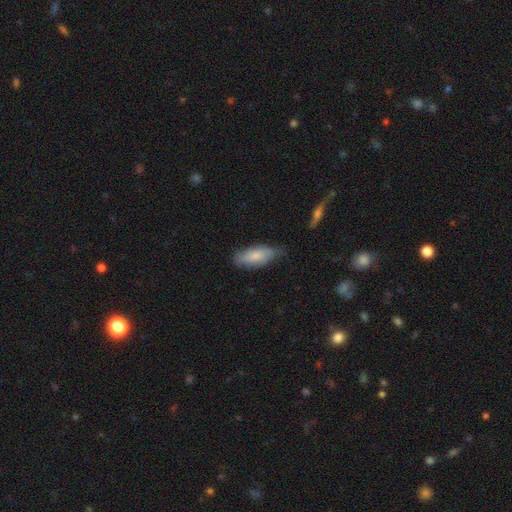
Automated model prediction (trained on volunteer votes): A smooth galaxy with no disk features (77%) that is in between round and cigar-shaped (77%).

Vote fractions:
- Smooth or featured? smooth: 77% / featured or disk: 17% / star or artifact: 6%
- How rounded? in between: 77% / cigar-shaped: 21% / round: 2%
- Merging? none: 60% / minor disturbance: 33% / major disturbance: 5% / merger: 2%